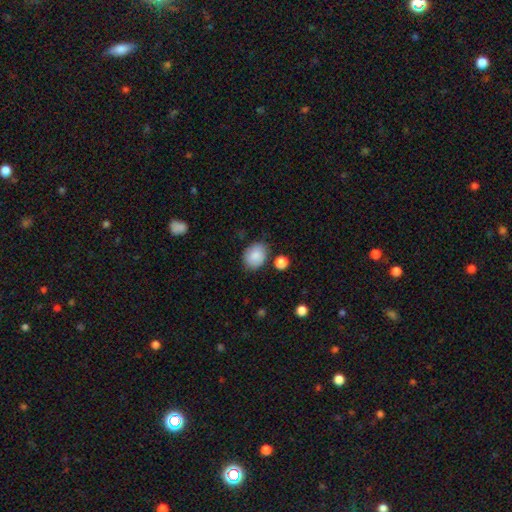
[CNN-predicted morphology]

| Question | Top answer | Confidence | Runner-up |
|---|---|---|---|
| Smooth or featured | smooth | 87% | star or artifact (7%) |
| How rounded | in between | 55% | round (44%) |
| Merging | none | 77% | minor disturbance (15%) |